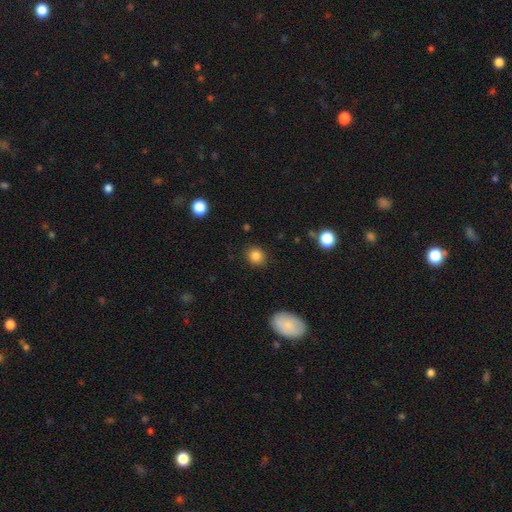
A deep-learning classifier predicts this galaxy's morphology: This appears to be a smooth galaxy with no disk features (85%) that is round (79%). Merging: none (89%).